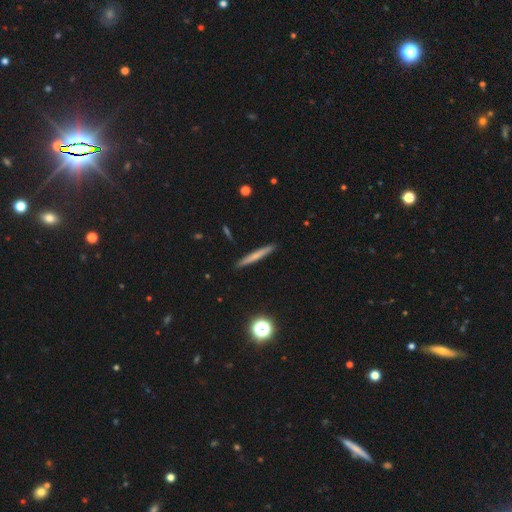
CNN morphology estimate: A smooth galaxy with no disk features (57%) that is cigar-shaped (95%).

Vote fractions:
- Smooth or featured? smooth: 57% / featured or disk: 35% / star or artifact: 8%
- How rounded? cigar-shaped: 95% / in between: 3% / round: 2%
- Merging? none: 91% / minor disturbance: 6% / major disturbance: 1% / merger: 1%